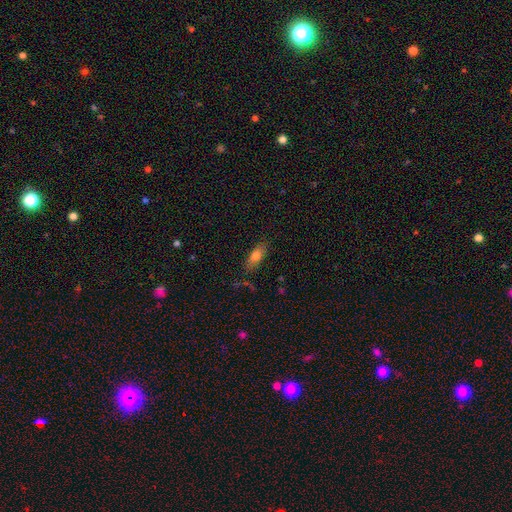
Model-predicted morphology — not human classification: type=smooth (76%); roundness=in between (74%); merging=none (77%).